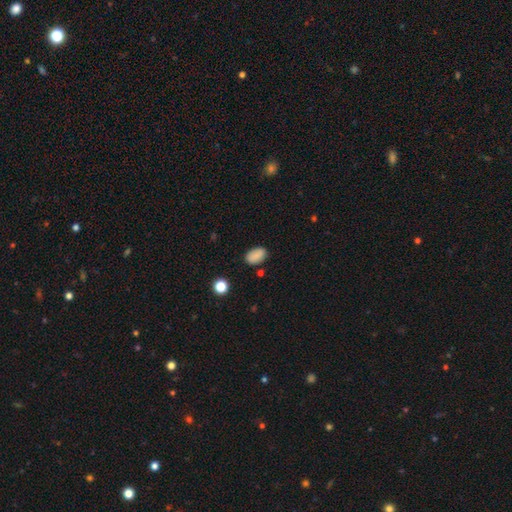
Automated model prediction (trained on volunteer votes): A smooth galaxy with no disk features (87%) that is in between round and cigar-shaped (91%). Merging: none (83%).